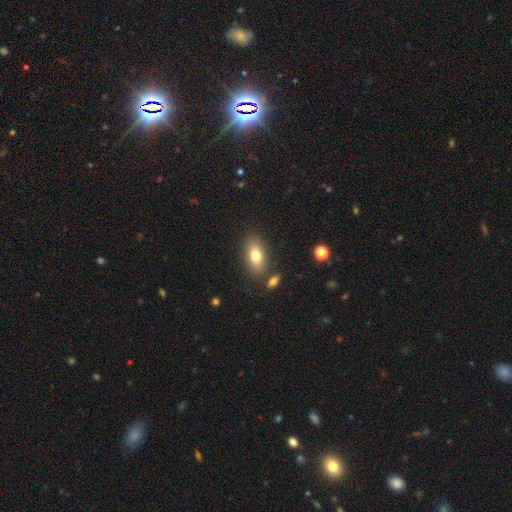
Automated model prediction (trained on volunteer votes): Smooth or featured?
  - smooth: 76% *
  - featured or disk: 16%
  - star or artifact: 9%
How rounded?
  - in between: 86% *
  - round: 8%
  - cigar-shaped: 6%
Merging?
  - none: 81% *
  - minor disturbance: 11%
  - merger: 5%
  - major disturbance: 3%